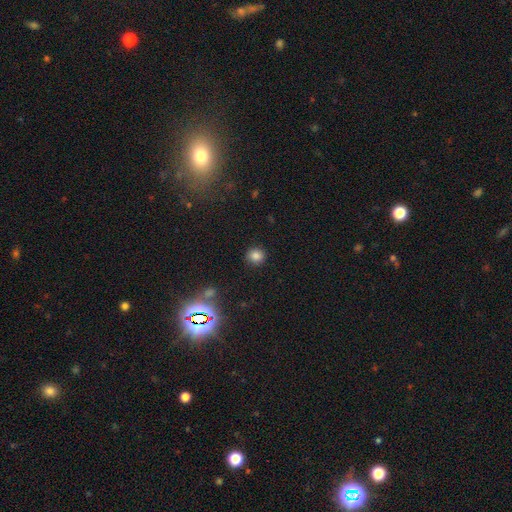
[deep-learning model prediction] A smooth galaxy with no disk features (81%) that is round (88%).

Vote fractions:
- Smooth or featured? smooth: 81% / star or artifact: 14% / featured or disk: 5%
- How rounded? round: 88% / in between: 11% / cigar-shaped: 1%
- Merging? none: 89% / minor disturbance: 7% / major disturbance: 2% / merger: 2%